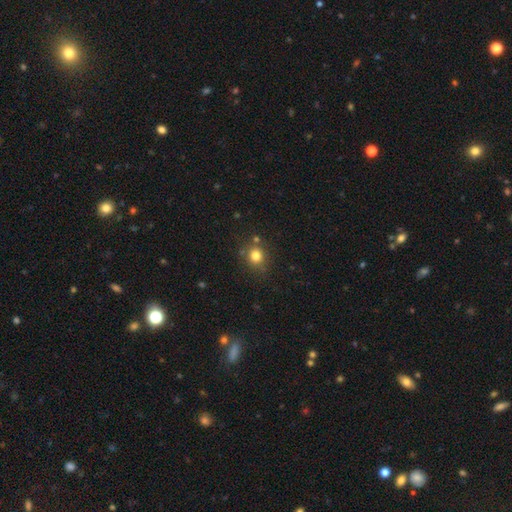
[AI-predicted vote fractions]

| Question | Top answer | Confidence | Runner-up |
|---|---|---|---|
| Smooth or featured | smooth | 79% | star or artifact (14%) |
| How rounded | round | 85% | in between (14%) |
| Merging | none | 79% | minor disturbance (10%) |